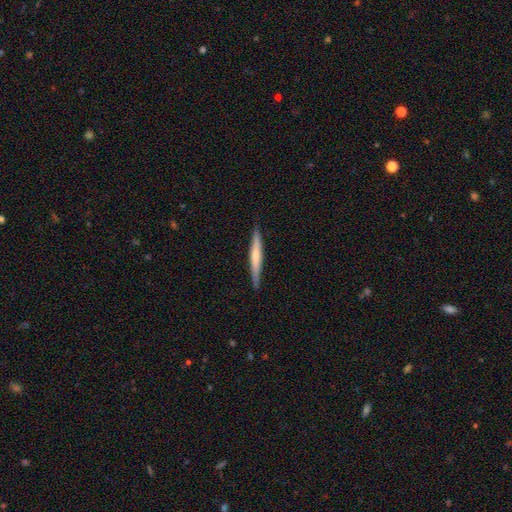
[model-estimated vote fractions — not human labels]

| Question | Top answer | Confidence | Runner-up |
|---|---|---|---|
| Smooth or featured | smooth | 50% | featured or disk (45%) |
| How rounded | cigar-shaped | 95% | in between (3%) |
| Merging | none | 88% | minor disturbance (9%) |